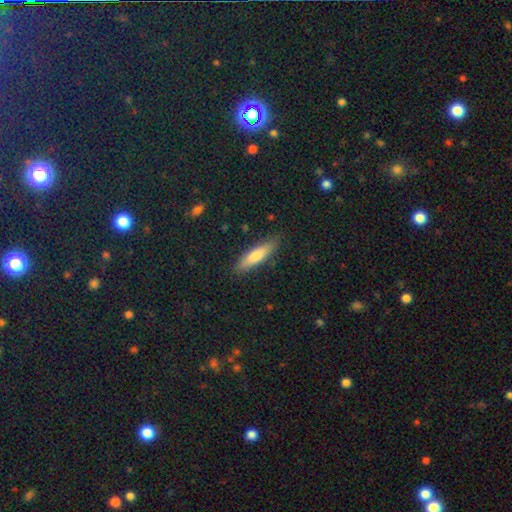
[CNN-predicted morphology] Smooth or featured: smooth — 70% (featured or disk — 23%)
How rounded: cigar-shaped — 73% (in between — 26%)
Merging: none — 86% (minor disturbance — 10%)